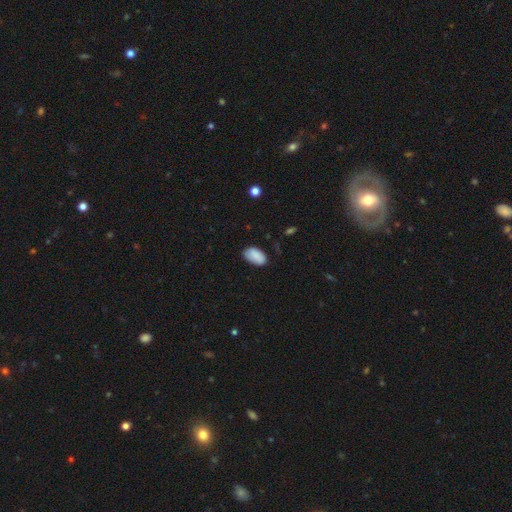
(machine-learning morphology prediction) The model was most divided on "merging": none: 77%, minor disturbance: 19%, major disturbance: 3%, merger: 1%. More confident: how rounded — in between (94%); smooth or featured — smooth (88%).